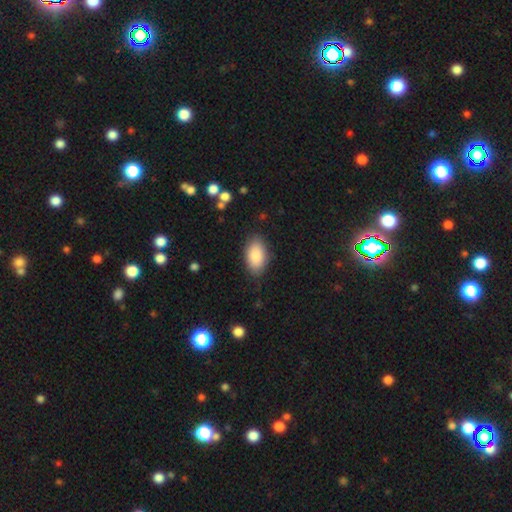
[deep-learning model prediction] Q: Smooth or featured?
A: smooth (86%); runner-up: featured or disk (7%)
Q: How rounded?
A: in between (94%); runner-up: round (5%)
Q: Merging?
A: none (84%); runner-up: minor disturbance (12%)